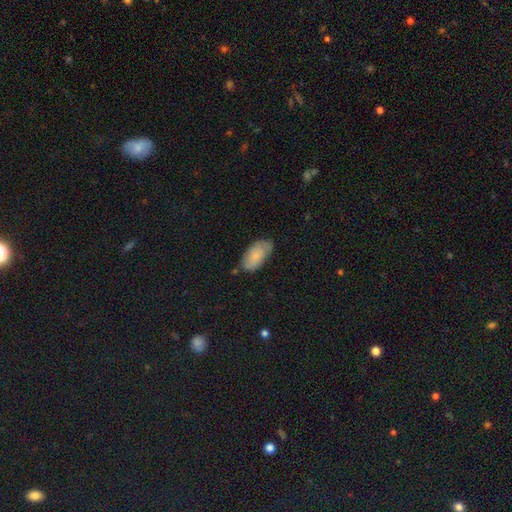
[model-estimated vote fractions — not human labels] A smooth galaxy with no disk features (76%) that is in between round and cigar-shaped (94%).

Vote fractions:
- Smooth or featured? smooth: 76% / featured or disk: 18% / star or artifact: 6%
- How rounded? in between: 94% / cigar-shaped: 4% / round: 2%
- Merging? none: 67% / minor disturbance: 25% / major disturbance: 5% / merger: 3%